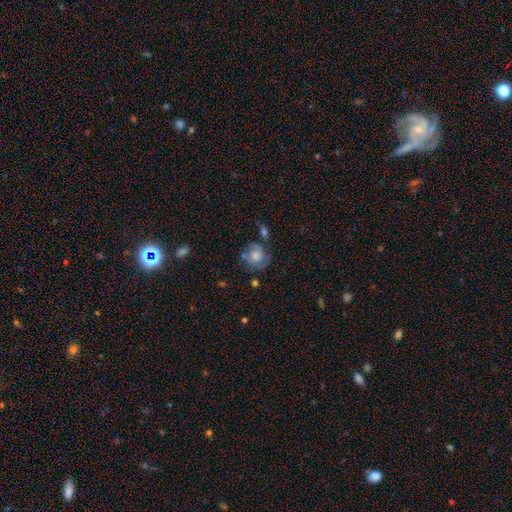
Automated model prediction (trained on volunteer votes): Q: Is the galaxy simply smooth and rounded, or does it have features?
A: featured or disk — 59%.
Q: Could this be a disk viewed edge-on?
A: no — 97%.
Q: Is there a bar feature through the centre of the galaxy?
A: no — 78%.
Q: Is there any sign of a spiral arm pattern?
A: yes — 86%.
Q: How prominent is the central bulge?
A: moderate — 41%.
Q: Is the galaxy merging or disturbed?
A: none — 58%.